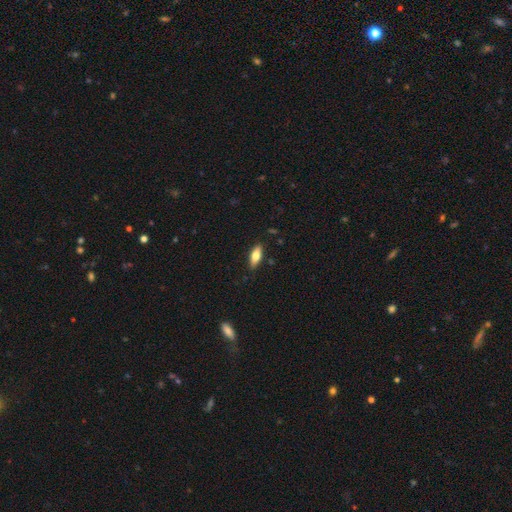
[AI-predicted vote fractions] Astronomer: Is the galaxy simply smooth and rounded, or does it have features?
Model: smooth — 68%.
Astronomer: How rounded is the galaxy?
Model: in between — 71%.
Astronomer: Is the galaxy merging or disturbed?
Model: none — 87%.